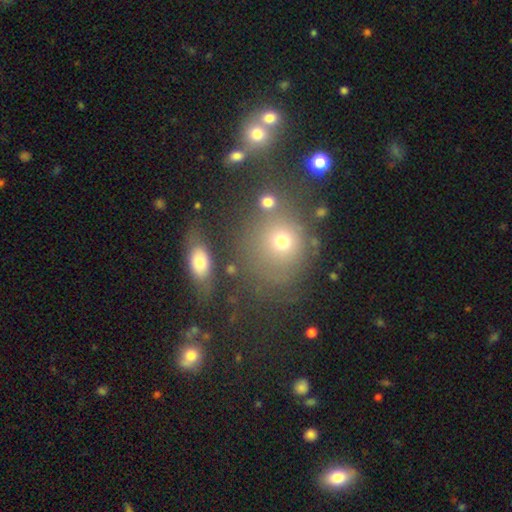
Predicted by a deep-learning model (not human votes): Morphology: type=smooth (52%); roundness=round (71%); merging=none (70%).